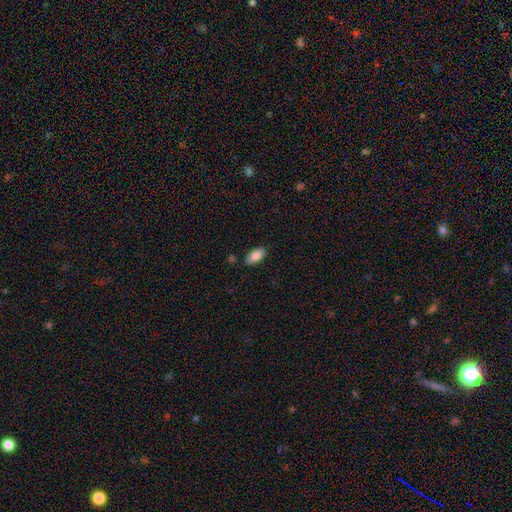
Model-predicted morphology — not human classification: Smooth or featured? smooth (85%)
How rounded? in between (92%)
Merging? none (84%)